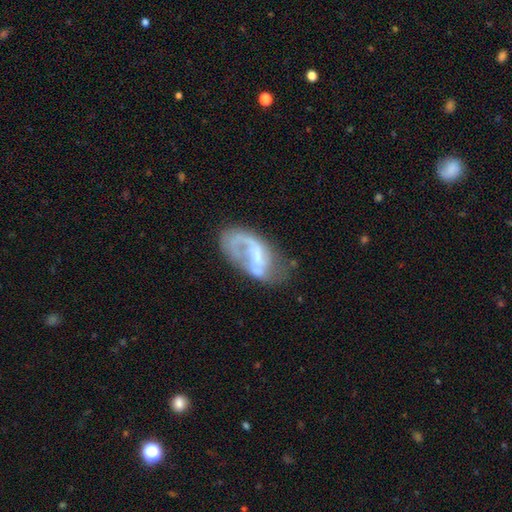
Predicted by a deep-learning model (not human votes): smooth_or_featured: featured or disk (p=0.68) [alt: smooth p=0.25]
disk_edge_on: no (p=0.96) [alt: yes p=0.04]
bar: weak (p=0.42) [tied with: no p=0.42]
has_spiral_arms: yes (p=0.69) [alt: no p=0.31]
bulge_size: small (p=0.38) [alt: none p=0.33]
merging: none (p=0.40) [alt: major disturbance p=0.30]